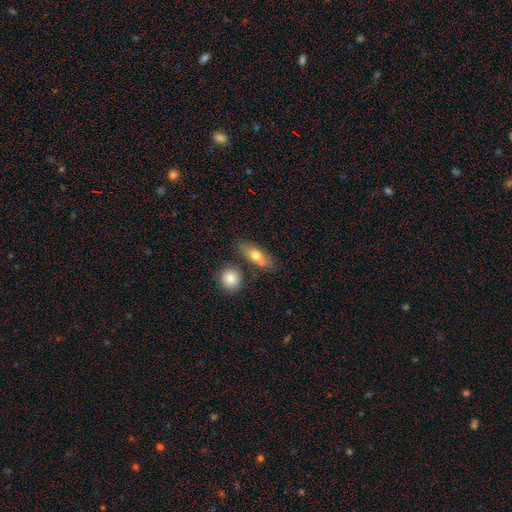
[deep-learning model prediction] This is likely a smooth galaxy (68%). How rounded: likely in between (63%). Merging: possibly none (59%).